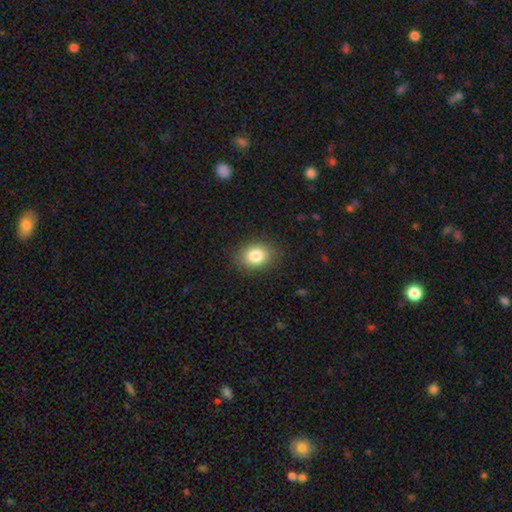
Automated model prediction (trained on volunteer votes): smooth 83%, star or artifact 10%, featured or disk 7%. Down the decision tree: how rounded — in between (59%); merging — none (86%).